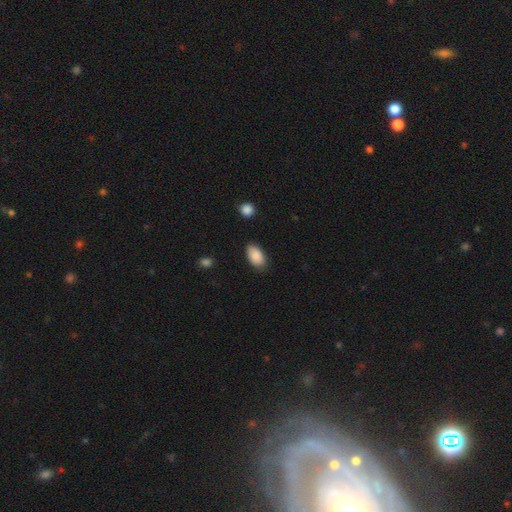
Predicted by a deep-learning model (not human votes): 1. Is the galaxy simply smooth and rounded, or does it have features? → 88% smooth, 7% star or artifact, 5% featured or disk.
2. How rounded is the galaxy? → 94% in between, 5% round, 2% cigar-shaped.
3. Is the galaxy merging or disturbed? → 83% none, 13% minor disturbance, 3% major disturbance, 1% merger.